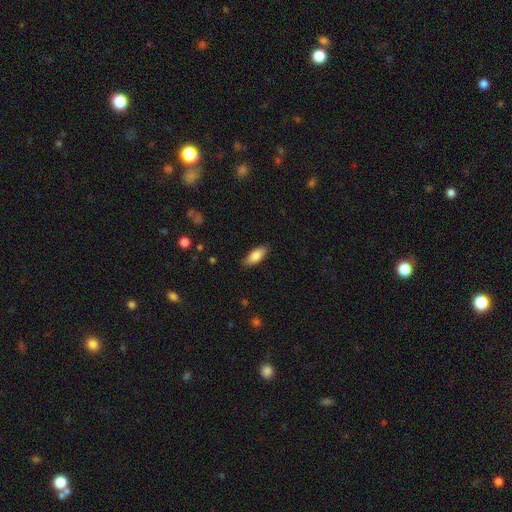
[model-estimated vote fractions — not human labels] Smooth or featured? smooth (82%)
How rounded? in between (80%)
Merging? none (86%)